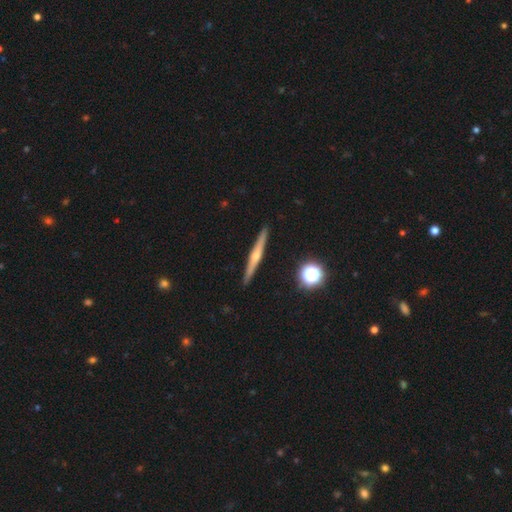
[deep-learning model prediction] Smooth or featured? Predicted: featured or disk (p=0.70). Edge-on disk? Predicted: yes (p=0.98). Edge-on bulge? Predicted: rounded (p=0.84). Merging? Predicted: none (p=0.92).